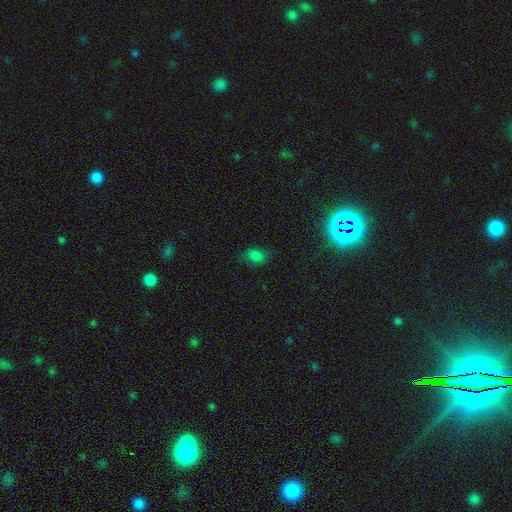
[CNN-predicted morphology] Smooth or featured: smooth — 76% (star or artifact — 18%)
How rounded: in between — 75% (round — 24%)
Merging: none — 74% (minor disturbance — 19%)